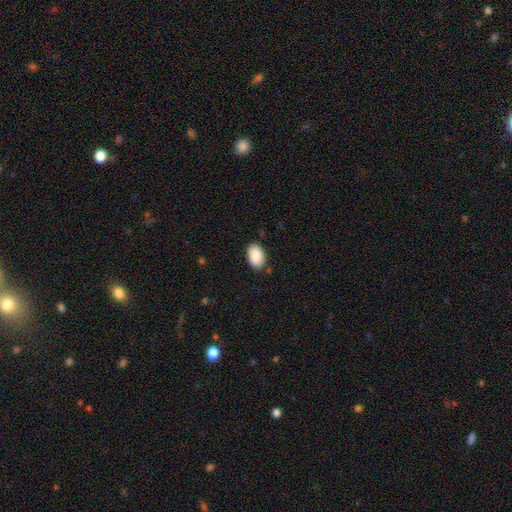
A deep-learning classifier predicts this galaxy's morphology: A smooth galaxy with no disk features (88%) that is in between round and cigar-shaped (90%). Merging: none (86%).